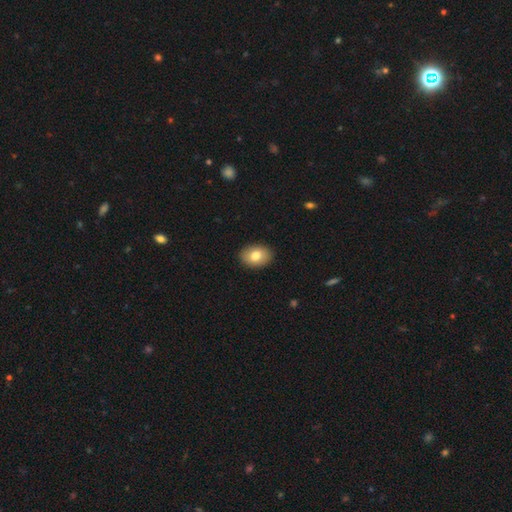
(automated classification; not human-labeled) A smooth galaxy with no disk features (80%) that is in between round and cigar-shaped (73%).

Vote fractions:
- Smooth or featured? smooth: 80% / featured or disk: 13% / star or artifact: 8%
- How rounded? in between: 73% / round: 26% / cigar-shaped: 1%
- Merging? none: 91% / minor disturbance: 7% / major disturbance: 2% / merger: 1%